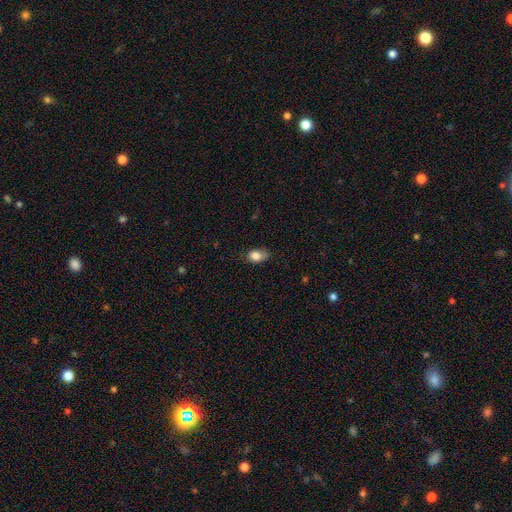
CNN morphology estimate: Overall: smooth (84%). How rounded: in between (75%). Merging: none (58%; minor disturbance 33%).